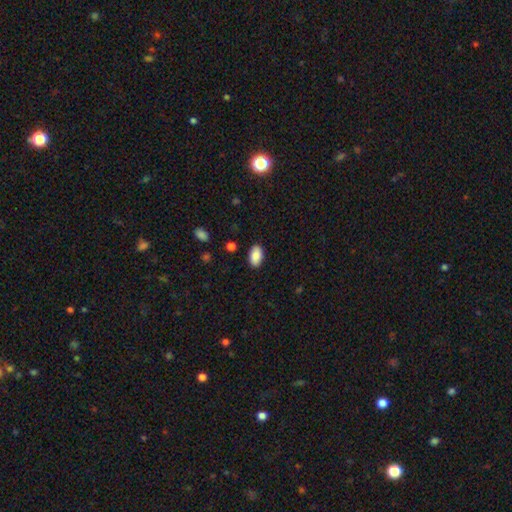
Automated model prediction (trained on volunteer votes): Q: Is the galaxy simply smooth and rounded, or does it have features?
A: smooth — 87%.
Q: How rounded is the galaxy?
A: in between — 93%.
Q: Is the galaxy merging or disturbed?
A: none — 88%.